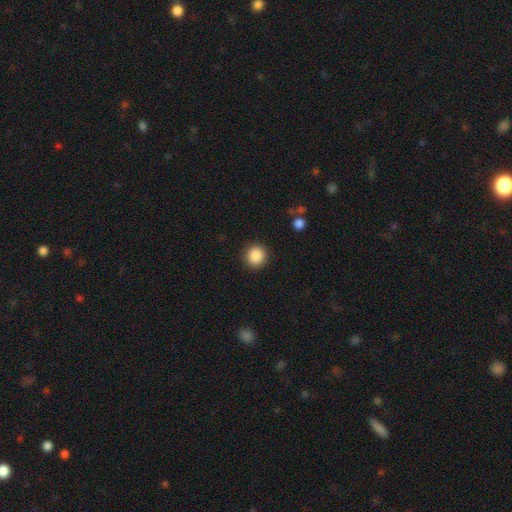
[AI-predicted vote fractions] Overall: smooth (88%). How rounded: round (92%). Merging: none (91%).